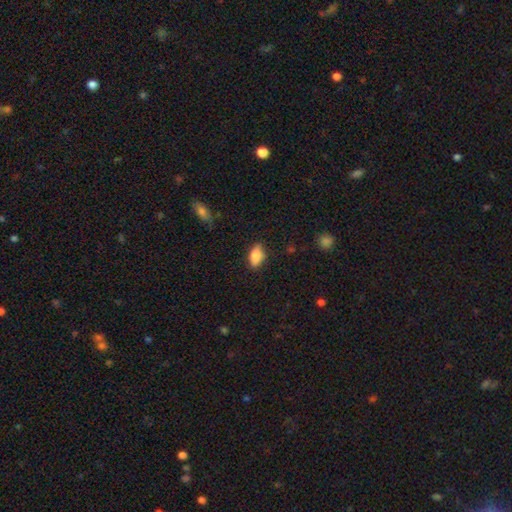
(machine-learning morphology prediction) Smooth or featured? smooth (84%)
How rounded? in between (88%)
Merging? none (82%)